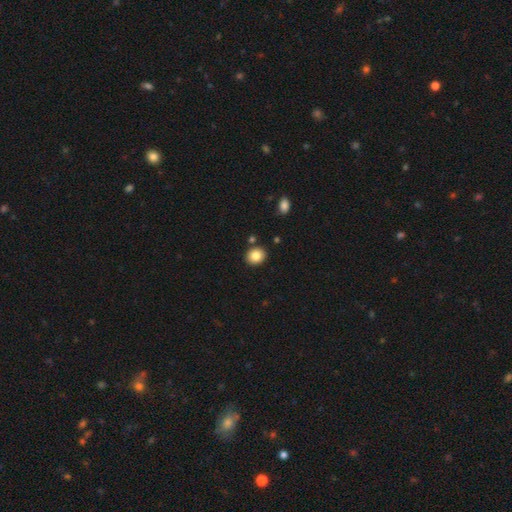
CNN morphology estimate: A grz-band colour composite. It shows a smooth galaxy with no disk features (84%) that is round (64%). Merging: none (86%).